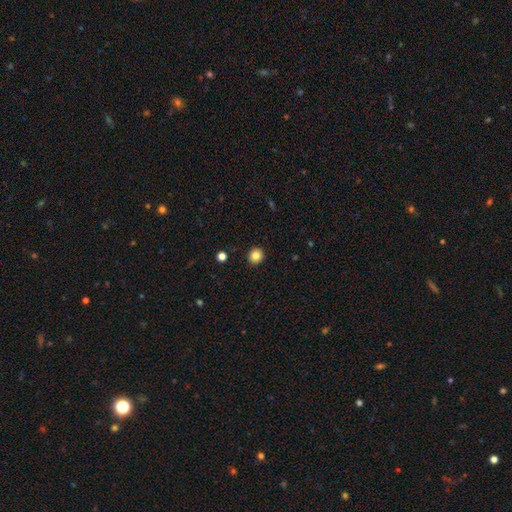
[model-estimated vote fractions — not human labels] A smooth galaxy with no disk features (84%) that is round (89%). Merging: none (92%).